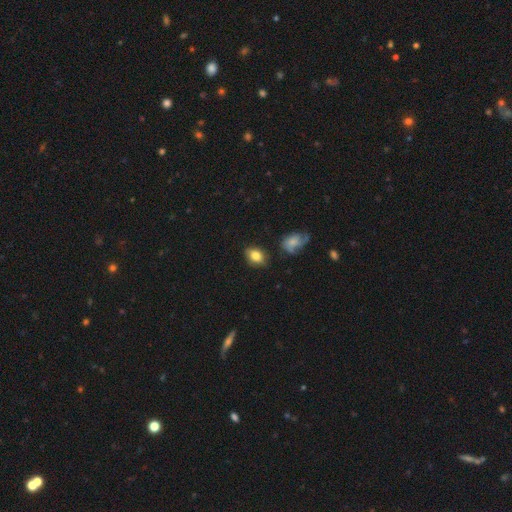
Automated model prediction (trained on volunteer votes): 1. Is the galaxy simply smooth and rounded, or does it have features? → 82% smooth, 9% featured or disk, 8% star or artifact.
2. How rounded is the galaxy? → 75% in between, 24% round, 1% cigar-shaped.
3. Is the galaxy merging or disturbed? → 79% none, 15% minor disturbance, 3% major disturbance, 3% merger.